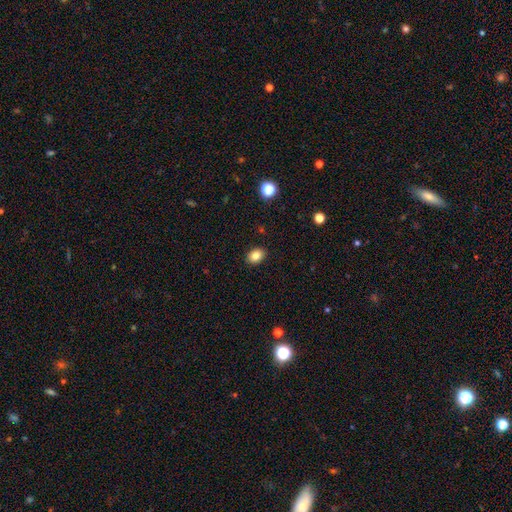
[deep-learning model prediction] Overall: smooth (84%). How rounded: in between (69%; round 30%). Merging: none (89%).